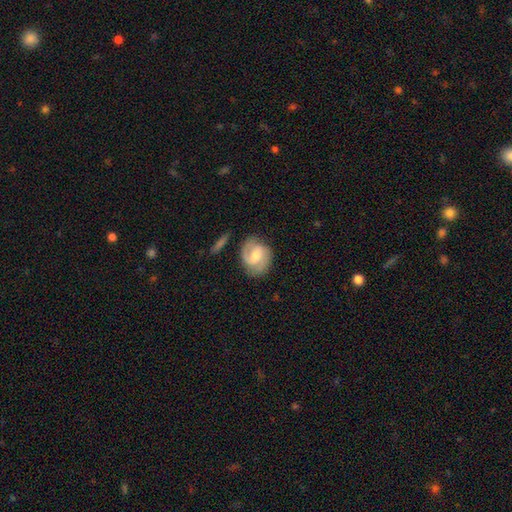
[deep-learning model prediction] Overall: featured or disk (70%). Edge-on disk: no (97%). Bar: weak (53%; no 31%). Spiral arms: yes (93%). Spiral arm count: 2 (82%). Spiral winding: medium (50%; tight 31%). Bulge size: moderate (56%; small 35%). Merging: none (74%).